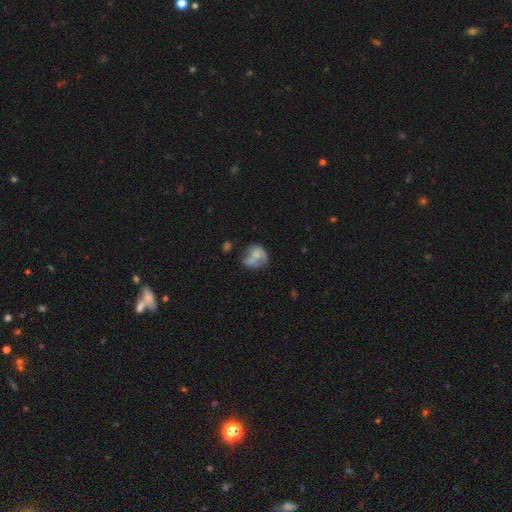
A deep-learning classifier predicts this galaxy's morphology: A smooth galaxy with no disk features (57%) that is round (62%).

Vote fractions:
- Smooth or featured? smooth: 57% / featured or disk: 34% / star or artifact: 9%
- How rounded? round: 62% / in between: 37% / cigar-shaped: 1%
- Merging? none: 33% / merger: 27% / minor disturbance: 22% / major disturbance: 19%